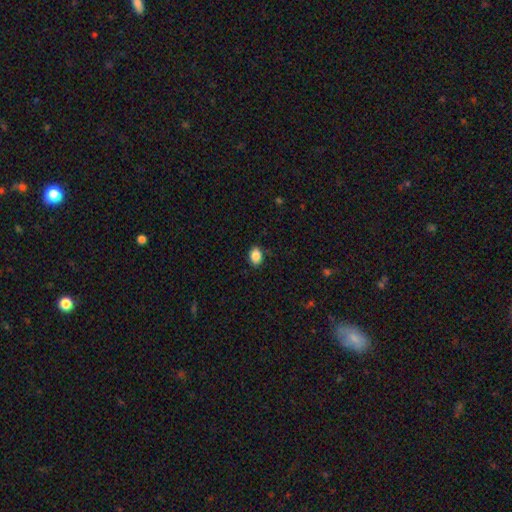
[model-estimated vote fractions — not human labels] Smooth or featured? Predicted: smooth (p=0.87). How rounded? Predicted: in between (p=0.70). Merging? Predicted: none (p=0.86).